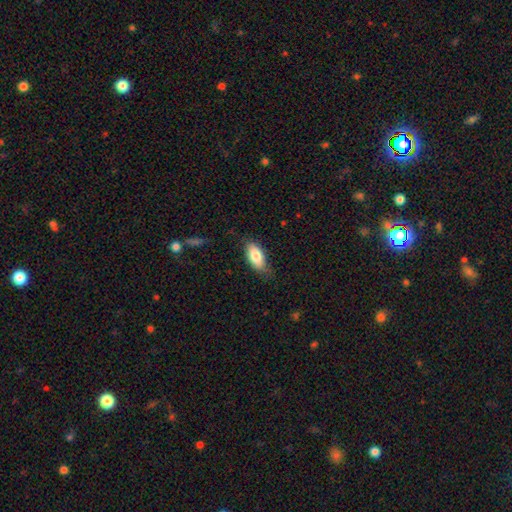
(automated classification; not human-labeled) Q: Smooth or featured?
A: smooth (81%); runner-up: featured or disk (13%)
Q: How rounded?
A: in between (88%); runner-up: cigar-shaped (9%)
Q: Merging?
A: none (71%); runner-up: minor disturbance (23%)